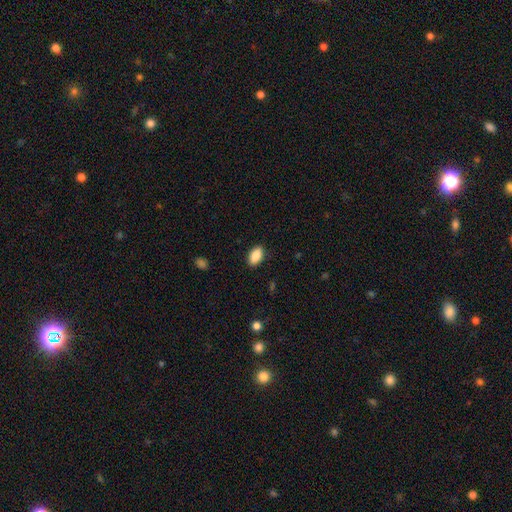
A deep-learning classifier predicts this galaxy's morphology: A smooth galaxy with no disk features (89%) that is in between round and cigar-shaped (93%).

Vote fractions:
- Smooth or featured? smooth: 89% / star or artifact: 7% / featured or disk: 4%
- How rounded? in between: 93% / round: 4% / cigar-shaped: 3%
- Merging? none: 88% / minor disturbance: 9% / major disturbance: 2% / merger: 1%